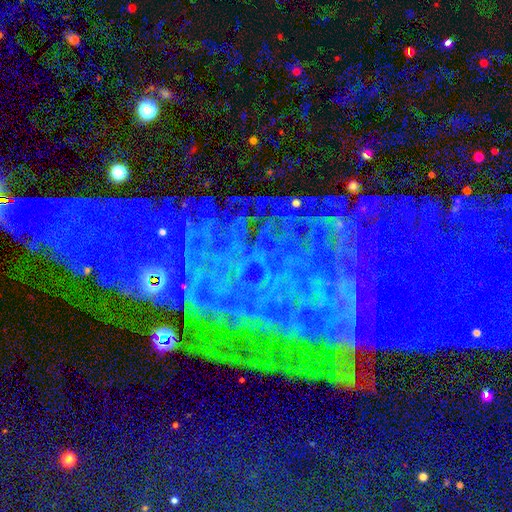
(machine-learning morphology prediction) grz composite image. It shows a star or artifact, not a galaxy (71%).